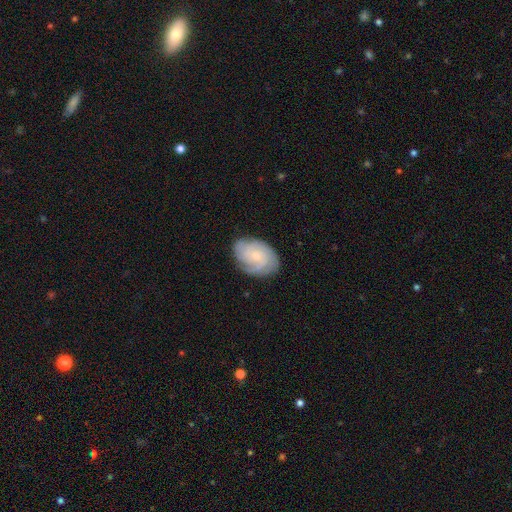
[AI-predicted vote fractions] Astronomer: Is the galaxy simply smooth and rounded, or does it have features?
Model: featured or disk — 67%.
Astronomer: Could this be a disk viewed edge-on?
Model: no — 97%.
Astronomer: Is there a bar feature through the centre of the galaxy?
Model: no — 78%.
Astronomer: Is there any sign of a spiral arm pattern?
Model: yes — 92%.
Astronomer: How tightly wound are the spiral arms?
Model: tight — 62%.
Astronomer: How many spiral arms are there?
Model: can't tell — 37% (runner-up: 3, 23%).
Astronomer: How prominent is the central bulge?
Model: small — 73%.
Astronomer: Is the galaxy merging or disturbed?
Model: none — 76%.